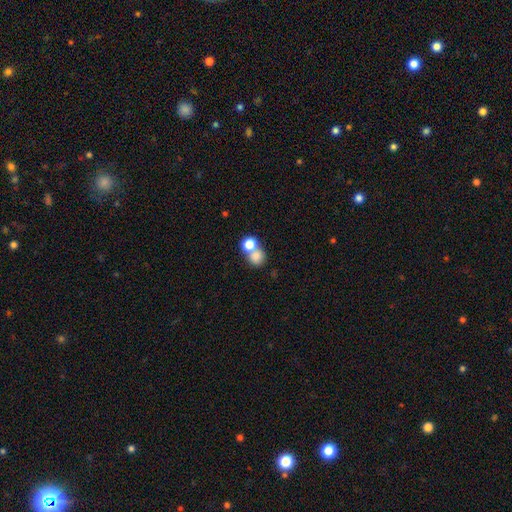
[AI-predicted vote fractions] Smooth or featured? smooth (78%)
How rounded? round (74%)
Merging? merger (52%)